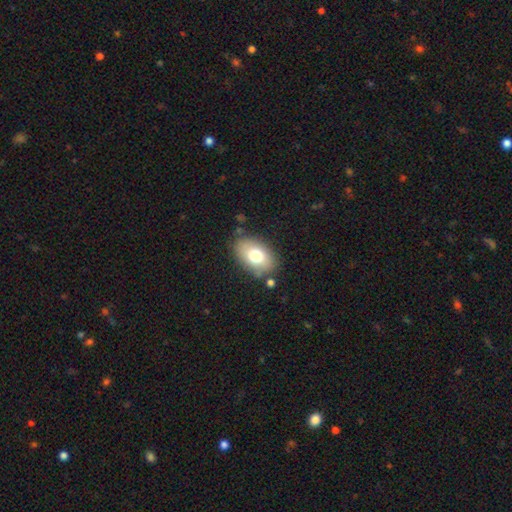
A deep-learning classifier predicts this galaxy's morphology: Q: Smooth or featured?
A: smooth (74%); runner-up: featured or disk (18%)
Q: How rounded?
A: in between (87%); runner-up: round (11%)
Q: Merging?
A: none (80%); runner-up: minor disturbance (13%)